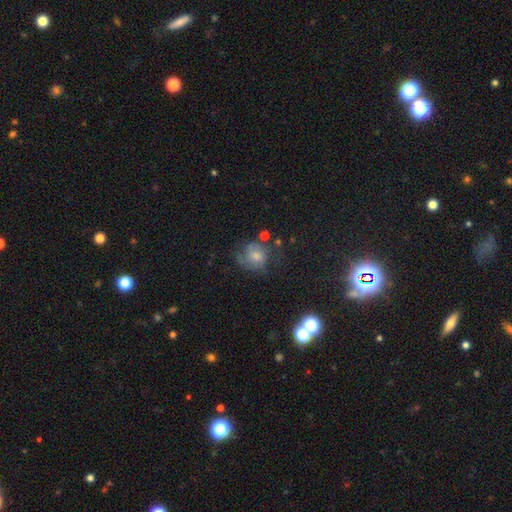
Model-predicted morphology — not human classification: smooth_or_featured: smooth (p=0.52) [alt: featured or disk p=0.36]
how_rounded: round (p=0.77) [alt: in between p=0.22]
merging: none (p=0.47) [alt: minor disturbance p=0.26]